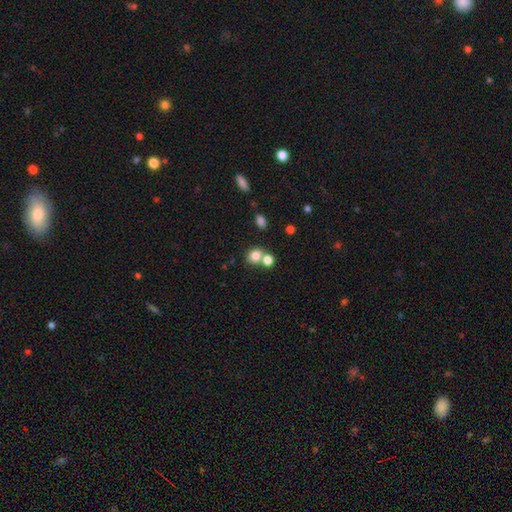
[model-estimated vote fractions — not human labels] Overall: smooth (80%). How rounded: round (69%; in between 30%). Merging: none (47%; merger 41%).